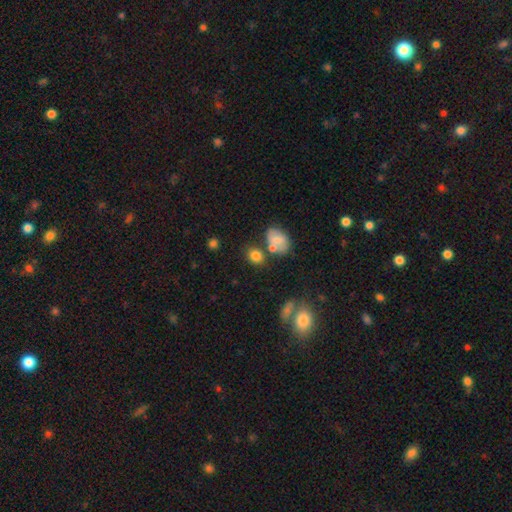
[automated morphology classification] Smooth or featured?
  - smooth: 80% *
  - star or artifact: 11%
  - featured or disk: 9%
How rounded?
  - round: 51% *
  - in between: 48%
  - cigar-shaped: 1%
Merging?
  - none: 60% *
  - merger: 21%
  - minor disturbance: 14%
  - major disturbance: 5%